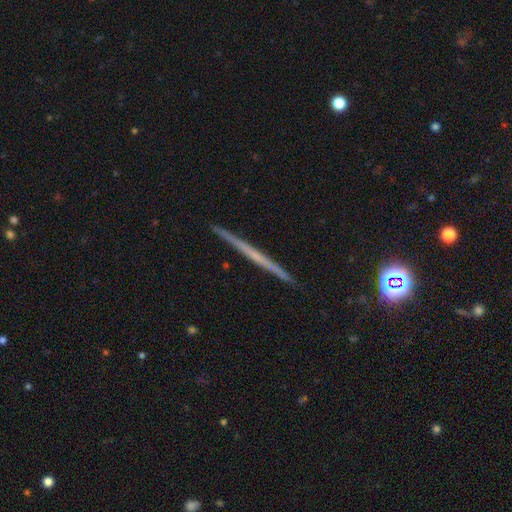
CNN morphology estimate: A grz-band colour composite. It shows a featured or disk galaxy (64%) viewed edge-on (98%) with no central bulge (84%). Merging: none (92%).